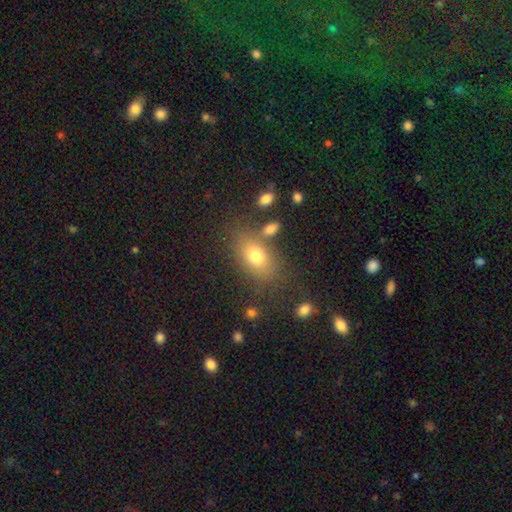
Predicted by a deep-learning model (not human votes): Q: Smooth or featured?
A: smooth (75%); runner-up: featured or disk (15%)
Q: How rounded?
A: in between (83%); runner-up: round (14%)
Q: Merging?
A: none (71%); runner-up: minor disturbance (14%)